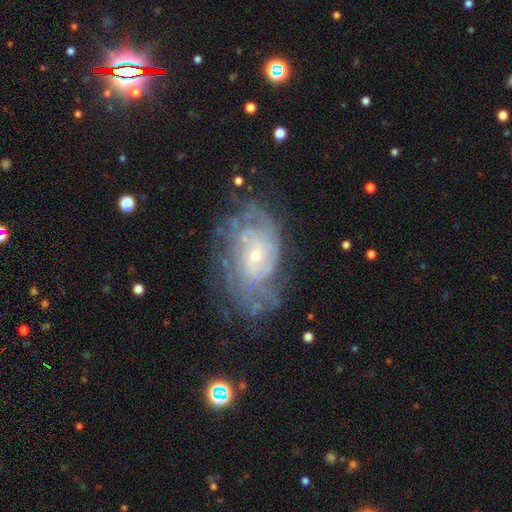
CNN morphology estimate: A featured or disk galaxy (79%) with no bar (71%), tight (64%) spiral arms (86%) and a small central bulge (70%).

Vote fractions:
- Smooth or featured? featured or disk: 79% / smooth: 13% / star or artifact: 8%
- Edge-on disk? no: 96% / yes: 4%
- Bar? no: 71% / weak: 25% / strong: 4%
- Spiral arms? yes: 86% / no: 14%
- Spiral winding? tight: 64% / medium: 27% / loose: 9%
- Spiral arm count? can't tell: 56% / 4: 11% / 2: 11% / 3: 9% / more than 4: 8% / 1: 5%
- Bulge size? small: 70% / moderate: 25% / none: 2% / large: 2% / dominant: 1%
- Merging? none: 62% / minor disturbance: 22% / major disturbance: 13% / merger: 2%